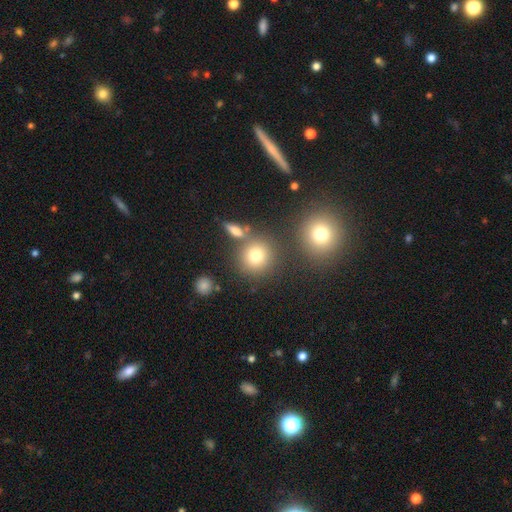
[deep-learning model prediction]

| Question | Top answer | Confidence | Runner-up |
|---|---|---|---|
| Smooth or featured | smooth | 76% | star or artifact (14%) |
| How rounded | round | 89% | in between (9%) |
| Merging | none | 74% | merger (14%) |